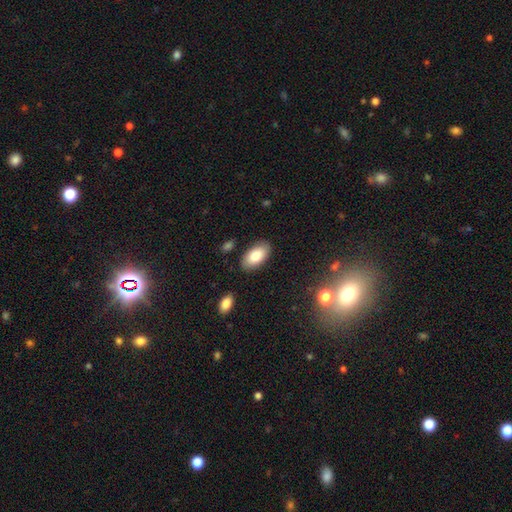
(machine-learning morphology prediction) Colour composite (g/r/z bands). It shows a smooth galaxy with no disk features (82%) that is in between round and cigar-shaped (95%). Merging: none (85%).